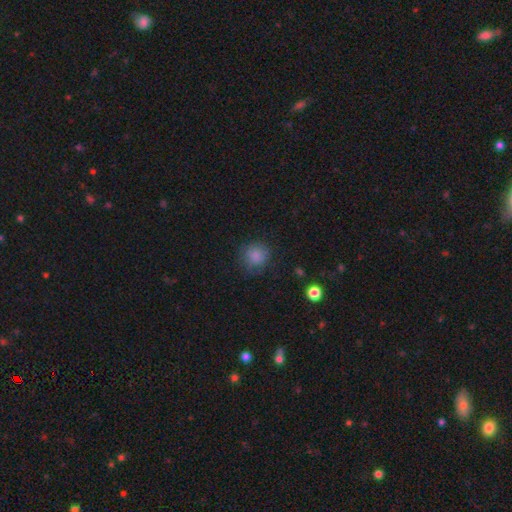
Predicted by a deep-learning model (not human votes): This appears to be a smooth galaxy with no disk features (83%) that is round (89%). Merging: none (76%).